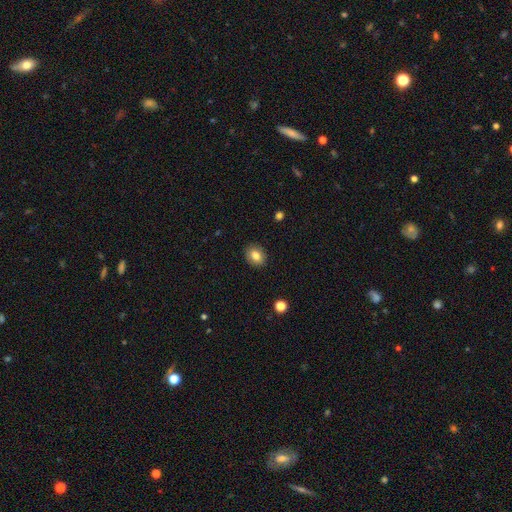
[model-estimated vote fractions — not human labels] Smooth or featured: smooth — 82% (featured or disk — 9%)
How rounded: round — 51% (in between — 48%)
Merging: none — 89% (minor disturbance — 8%)